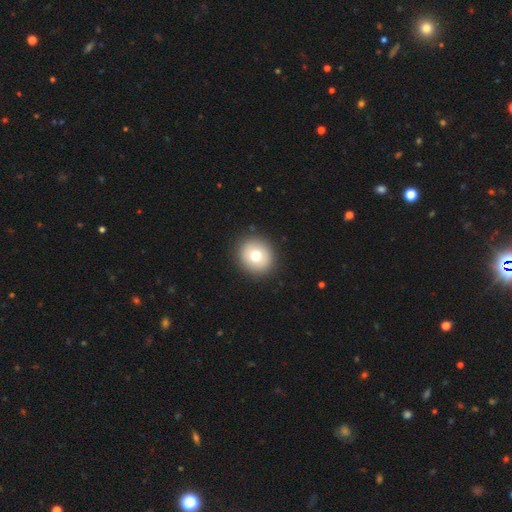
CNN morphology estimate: This is likely a smooth galaxy (72%). How rounded: clearly round (87%). Merging: clearly none (91%).